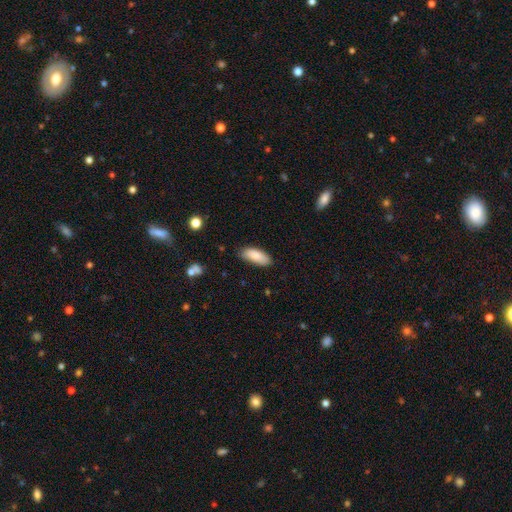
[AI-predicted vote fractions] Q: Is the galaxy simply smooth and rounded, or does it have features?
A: smooth — 87%.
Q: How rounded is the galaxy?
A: in between — 80%.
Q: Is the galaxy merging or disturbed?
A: none — 79%.